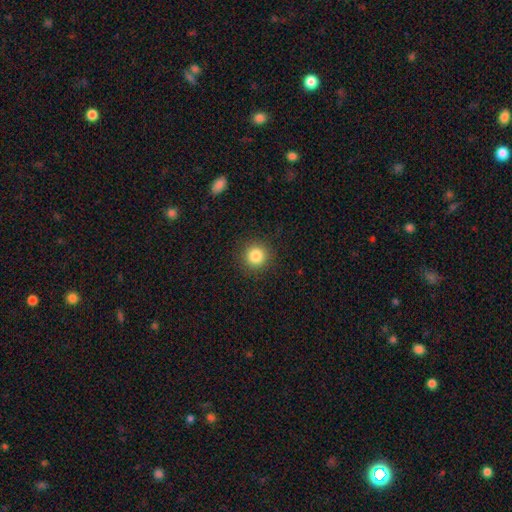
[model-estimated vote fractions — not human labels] A smooth galaxy with no disk features (85%) that is round (93%). Merging: none (91%).